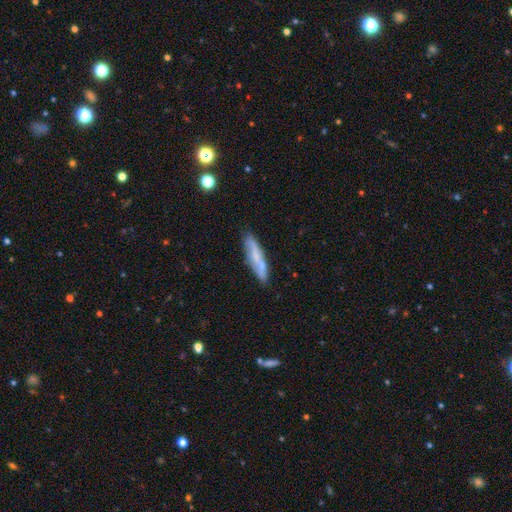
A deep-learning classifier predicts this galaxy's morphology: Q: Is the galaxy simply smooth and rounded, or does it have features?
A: smooth — 51%.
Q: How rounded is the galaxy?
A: cigar-shaped — 82%.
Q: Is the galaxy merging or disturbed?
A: none — 75%.